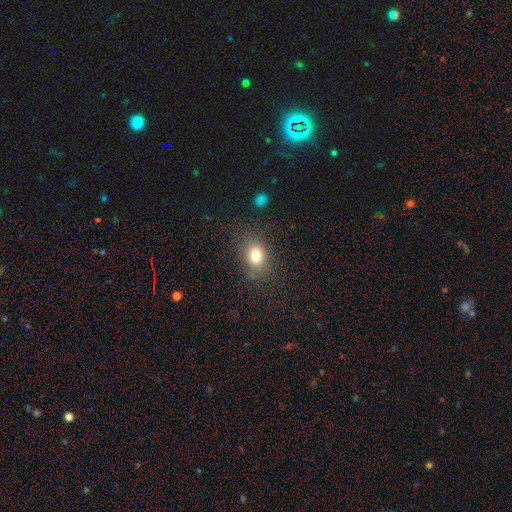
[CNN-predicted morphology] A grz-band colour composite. It shows a smooth galaxy with no disk features (79%) that is in between round and cigar-shaped (55%). Merging: none (78%).